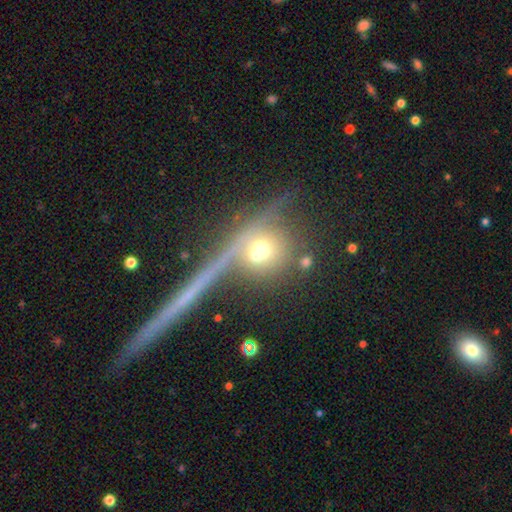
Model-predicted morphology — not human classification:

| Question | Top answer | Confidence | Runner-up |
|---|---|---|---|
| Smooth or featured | smooth | 44% | featured or disk (36%) |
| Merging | none | 41% | merger (31%) |